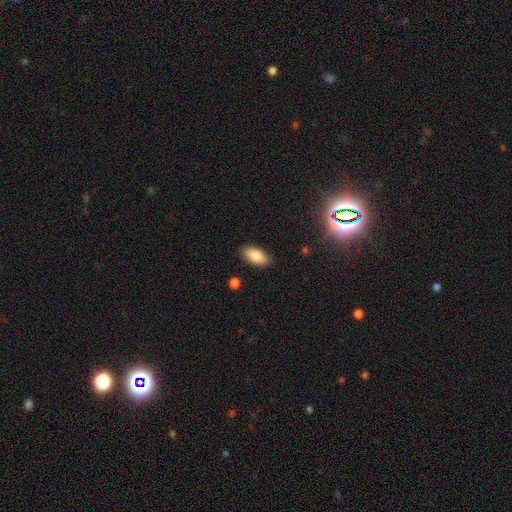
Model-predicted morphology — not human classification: smooth_or_featured: smooth (p=0.84) [alt: featured or disk p=0.09]
how_rounded: in between (p=0.91) [alt: cigar-shaped p=0.06]
merging: none (p=0.87) [alt: minor disturbance p=0.10]